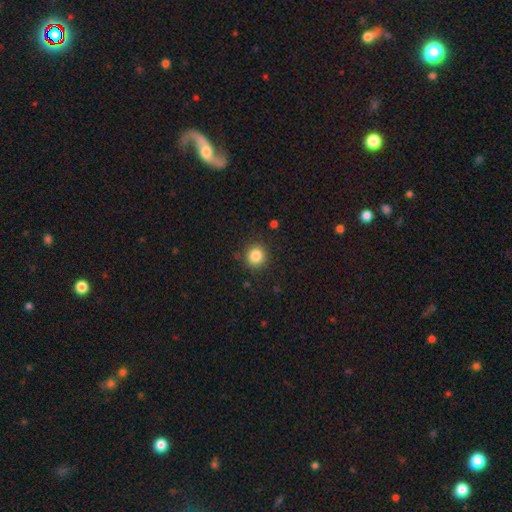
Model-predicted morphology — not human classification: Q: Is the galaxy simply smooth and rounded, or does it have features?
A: smooth — 85%.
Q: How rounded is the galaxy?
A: round — 90%.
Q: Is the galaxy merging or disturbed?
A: none — 88%.